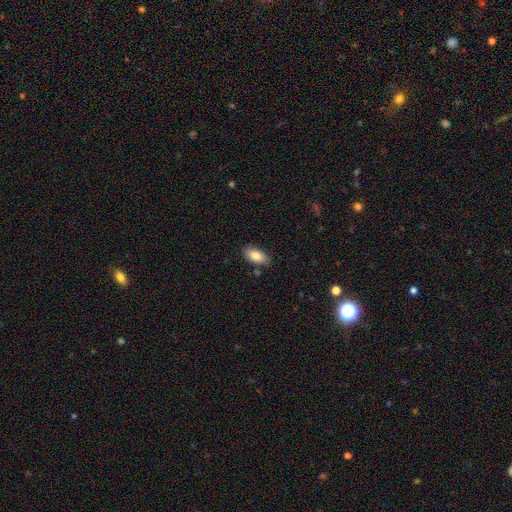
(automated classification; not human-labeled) A smooth galaxy with no disk features (84%) that is in between round and cigar-shaped (91%).

Vote fractions:
- Smooth or featured? smooth: 84% / featured or disk: 9% / star or artifact: 7%
- How rounded? in between: 91% / cigar-shaped: 6% / round: 3%
- Merging? none: 82% / minor disturbance: 13% / merger: 3% / major disturbance: 2%